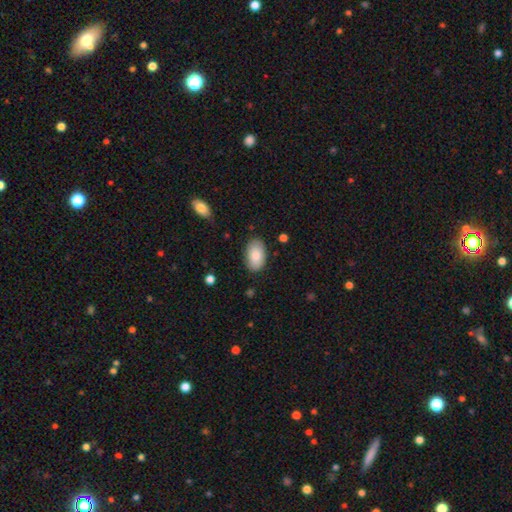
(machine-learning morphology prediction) This appears to be a smooth galaxy with no disk features (84%) that is in between round and cigar-shaped (94%). Merging: none (84%).